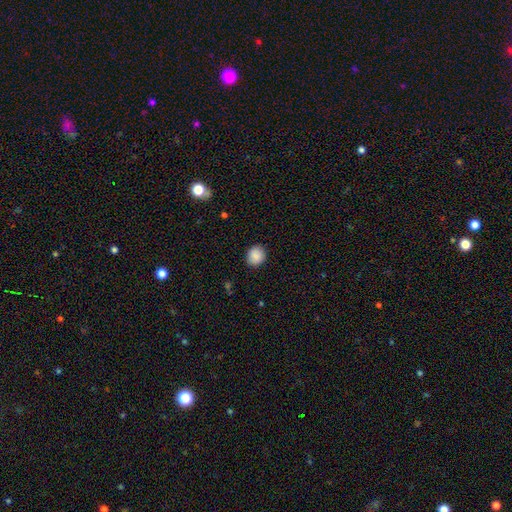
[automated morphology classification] Smooth or featured? Predicted: smooth (p=0.88). How rounded? Predicted: round (p=0.80). Merging? Predicted: none (p=0.88).